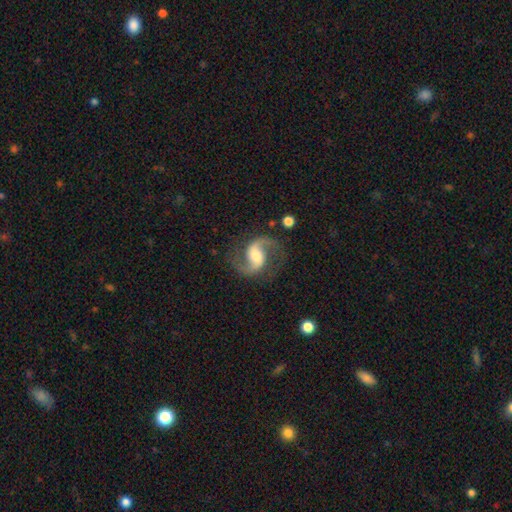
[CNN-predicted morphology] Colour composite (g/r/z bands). It shows a featured or disk galaxy (92%) with a weak bar (43%), 2 (94%) medium (50%) spiral arms (98%) and a moderate central bulge (63%). Merging: none (80%).